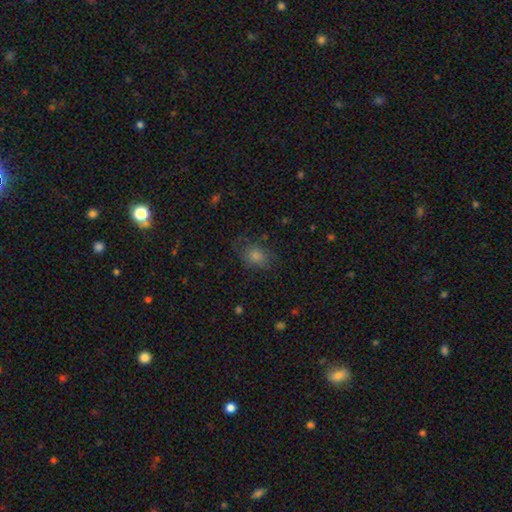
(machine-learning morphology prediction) Smooth or featured? Predicted: smooth (p=0.67). How rounded? Predicted: round (p=0.50). Merging? Predicted: none (p=0.74).